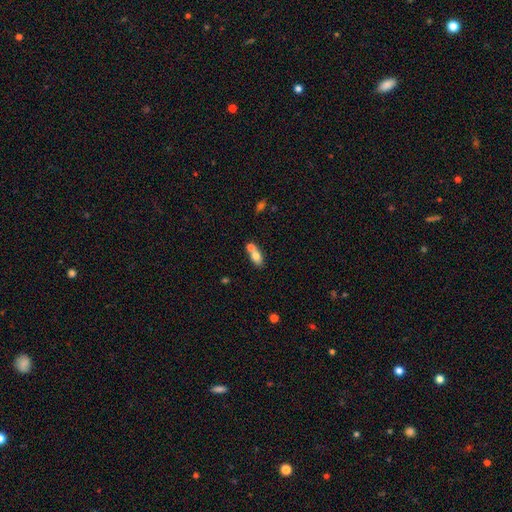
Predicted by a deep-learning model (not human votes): smooth_or_featured: smooth (p=0.74) [alt: featured or disk p=0.18]
how_rounded: in between (p=0.79) [alt: round p=0.16]
merging: merger (p=0.54) [alt: none p=0.34]